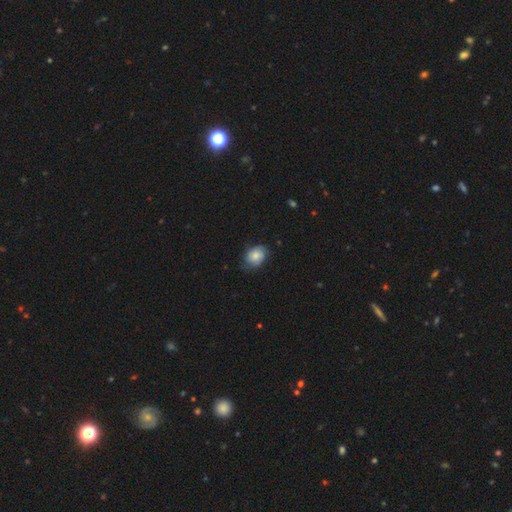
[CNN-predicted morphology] A smooth galaxy with no disk features (67%) that is in between round and cigar-shaped (60%).

Vote fractions:
- Smooth or featured? smooth: 67% / featured or disk: 25% / star or artifact: 8%
- How rounded? in between: 60% / round: 39% / cigar-shaped: 1%
- Merging? none: 66% / minor disturbance: 27% / major disturbance: 6% / merger: 1%